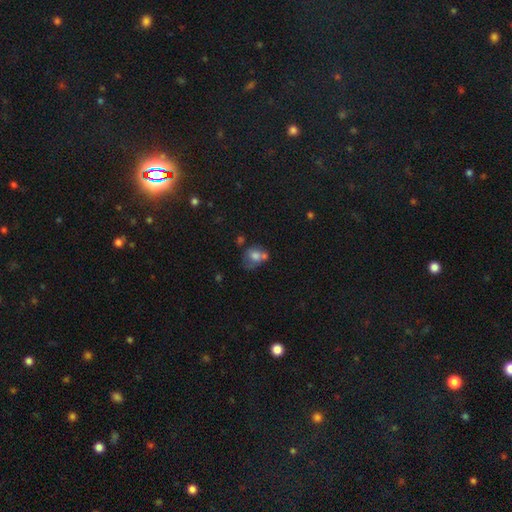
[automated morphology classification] smooth_or_featured: smooth (p=0.67) [alt: featured or disk p=0.22]
how_rounded: round (p=0.51) [alt: in between p=0.47]
merging: merger (p=0.38) [alt: none p=0.28]